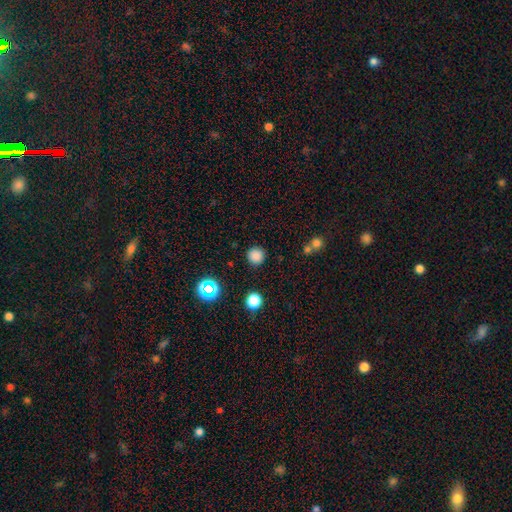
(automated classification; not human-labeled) Smooth or featured? Predicted: smooth (p=0.81). How rounded? Predicted: round (p=0.95). Merging? Predicted: none (p=0.88).